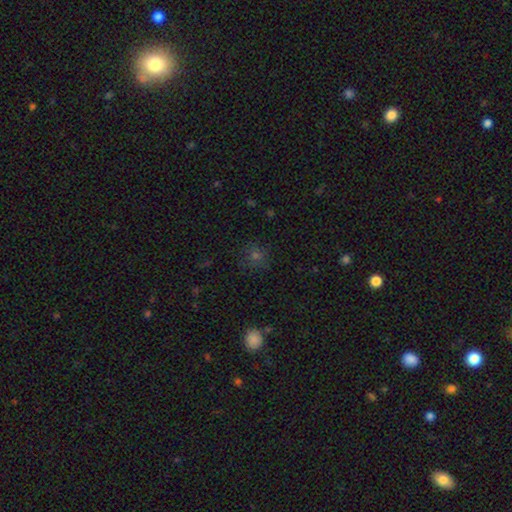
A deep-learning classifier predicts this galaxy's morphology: smooth-or-featured: smooth: 62% | star or artifact: 29% | featured or disk: 8%
  how-rounded: round: 88% | in between: 10% | cigar-shaped: 1%
  merging: none: 83% | minor disturbance: 11% | major disturbance: 4% | merger: 2%